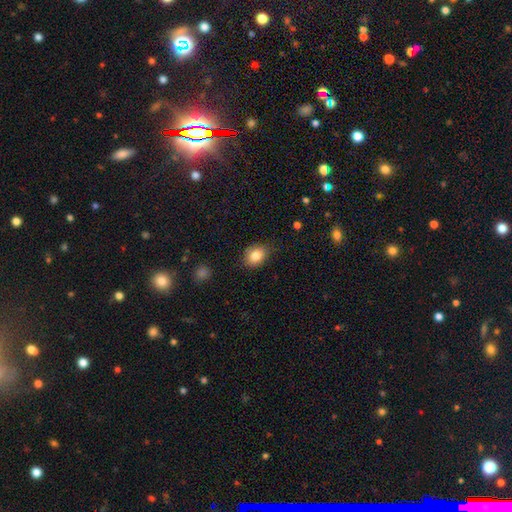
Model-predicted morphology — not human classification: This is clearly a smooth galaxy (85%). How rounded: likely in between (63%). Merging: likely none (78%).